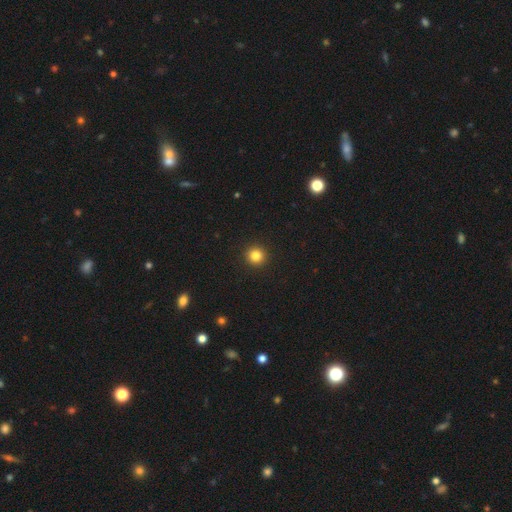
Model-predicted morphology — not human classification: Smooth or featured: smooth — 83% (star or artifact — 12%)
How rounded: round — 96% (in between — 4%)
Merging: none — 94% (minor disturbance — 4%)